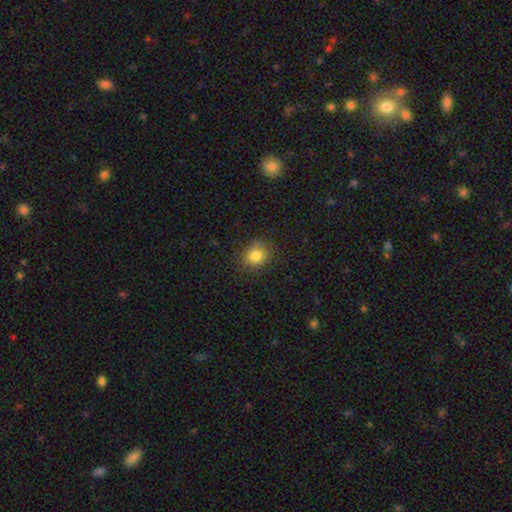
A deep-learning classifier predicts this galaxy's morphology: Smooth or featured: smooth — 82% (star or artifact — 11%)
How rounded: round — 76% (in between — 23%)
Merging: none — 83% (minor disturbance — 13%)